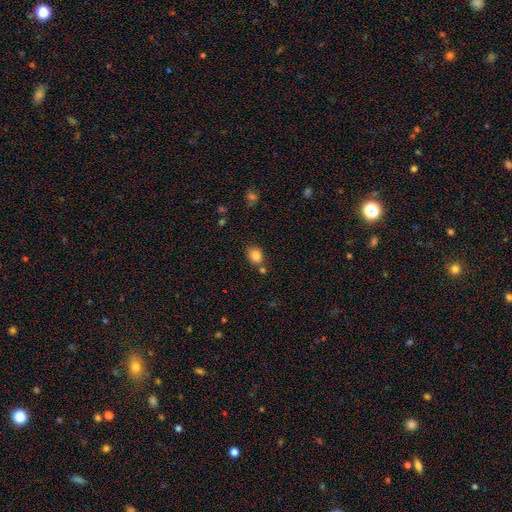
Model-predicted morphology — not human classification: This appears to be a smooth galaxy with no disk features (85%) that is round (53%). Merging: none (70%).